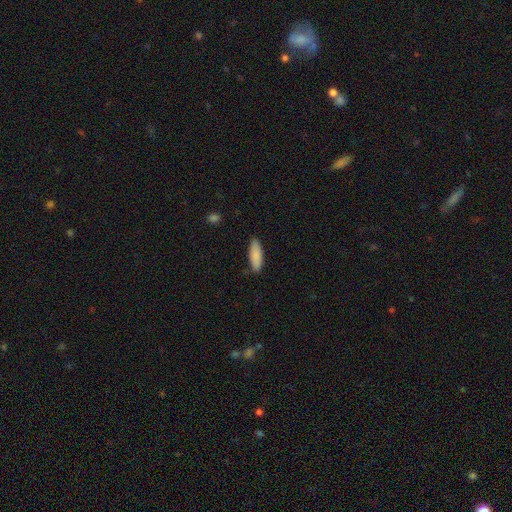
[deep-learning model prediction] smooth 88%, featured or disk 6%, star or artifact 6%. Down the decision tree: how rounded — in between (53%); merging — none (85%).